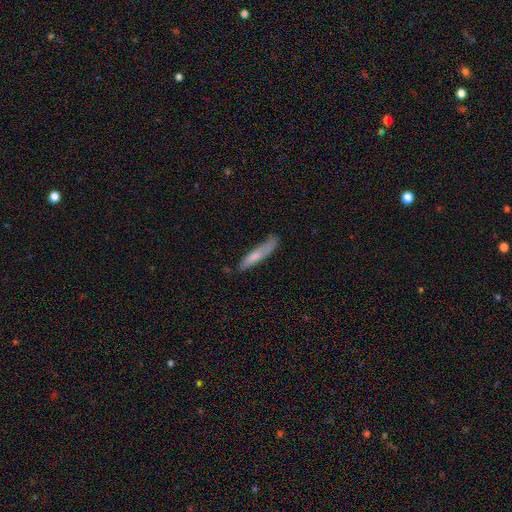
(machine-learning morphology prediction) This is likely a smooth galaxy (70%). How rounded: clearly cigar-shaped (89%). Merging: likely none (69%).